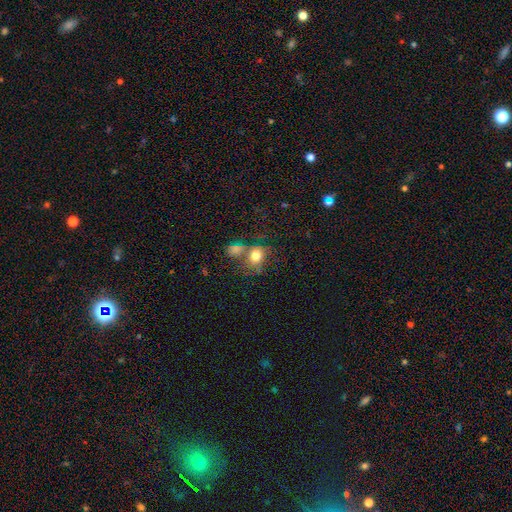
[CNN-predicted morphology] smooth_or_featured: smooth (p=0.75) [alt: featured or disk p=0.14]
how_rounded: round (p=0.51) [alt: in between p=0.48]
merging: none (p=0.41) [alt: merger p=0.31]